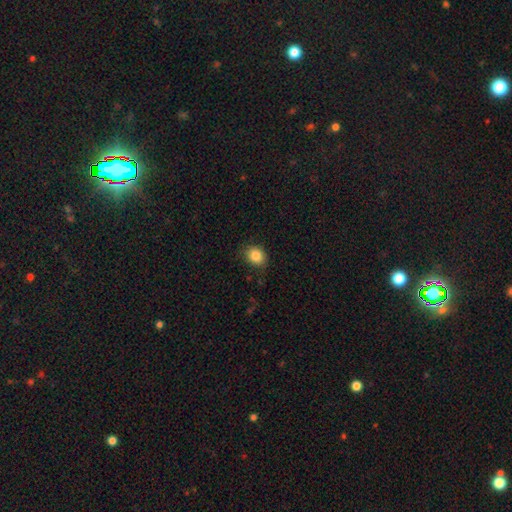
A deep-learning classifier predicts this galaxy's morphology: Smooth or featured: smooth — 85% (star or artifact — 10%)
How rounded: round — 63% (in between — 36%)
Merging: none — 83% (minor disturbance — 13%)